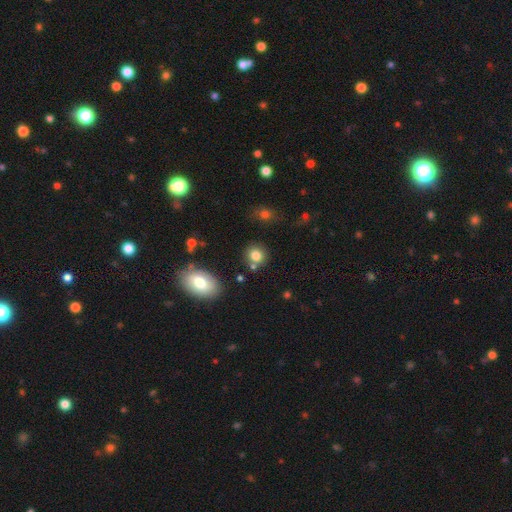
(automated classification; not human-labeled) This is clearly a smooth galaxy (80%). How rounded: clearly round (84%). Merging: likely none (74%).